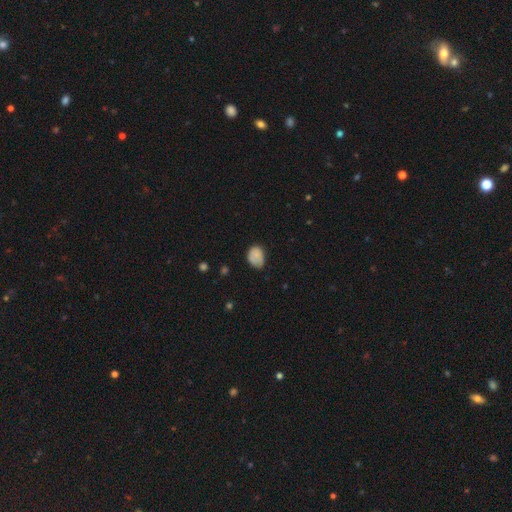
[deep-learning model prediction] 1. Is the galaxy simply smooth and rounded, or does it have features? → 82% smooth, 10% featured or disk, 9% star or artifact.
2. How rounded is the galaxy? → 74% in between, 25% round, 1% cigar-shaped.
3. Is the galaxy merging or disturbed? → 55% none, 35% minor disturbance, 8% major disturbance, 2% merger.